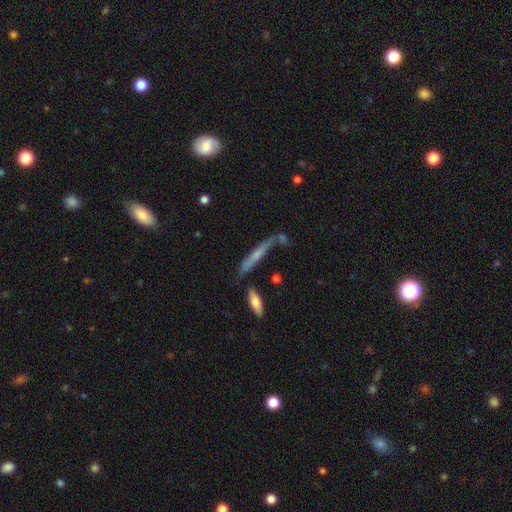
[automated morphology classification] Overall: featured or disk (48%; smooth 42%). Merging: none (56%; minor disturbance 21%).